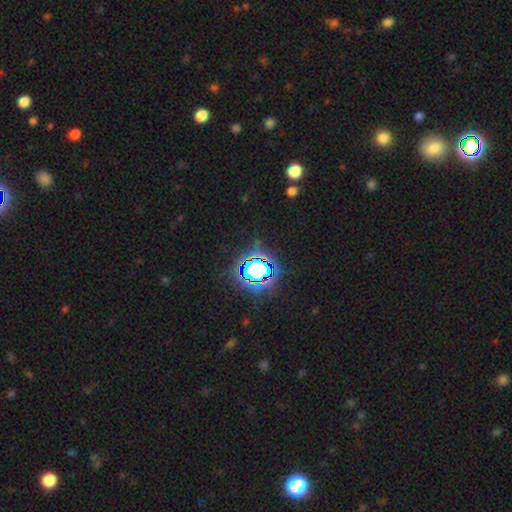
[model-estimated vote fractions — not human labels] smooth_or_featured: star or artifact (p=0.81) [alt: smooth p=0.13]